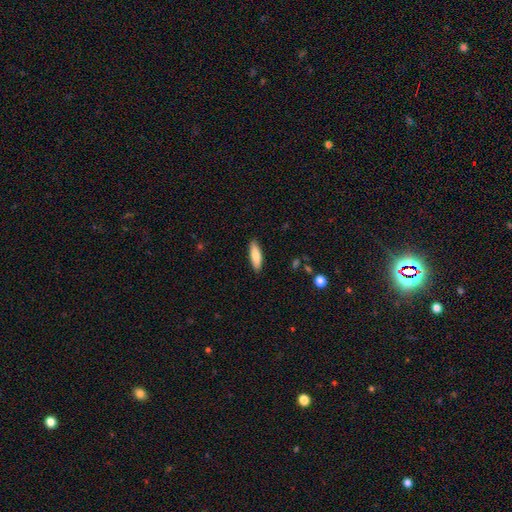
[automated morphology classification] smooth_or_featured: smooth (p=0.80) [alt: featured or disk p=0.14]
how_rounded: cigar-shaped (p=0.54) [alt: in between p=0.44]
merging: none (p=0.89) [alt: minor disturbance p=0.08]